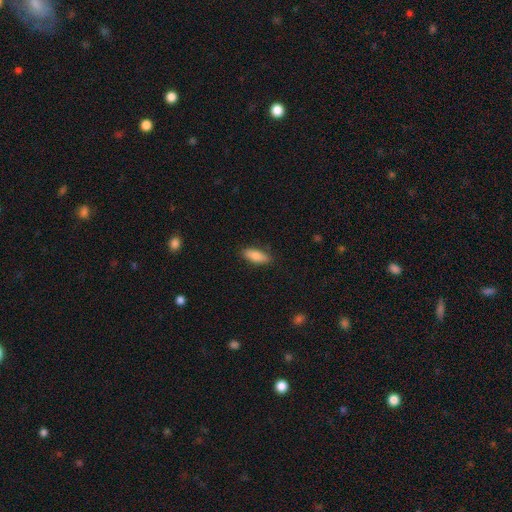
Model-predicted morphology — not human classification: This appears to be a smooth galaxy with no disk features (84%) that is in between round and cigar-shaped (73%). Merging: none (85%).